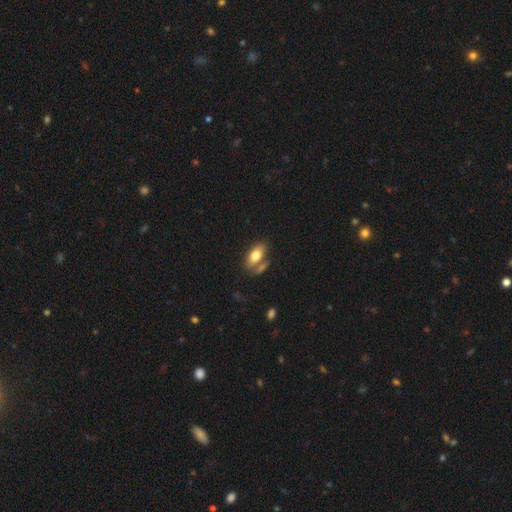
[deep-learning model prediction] This is likely a smooth galaxy (74%). How rounded: clearly in between (88%). Merging: possibly none (58%).